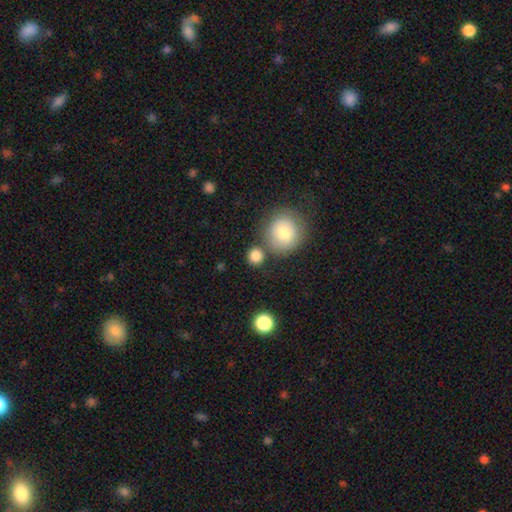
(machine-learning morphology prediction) type=smooth (83%); roundness=round (90%); merging=none (76%).